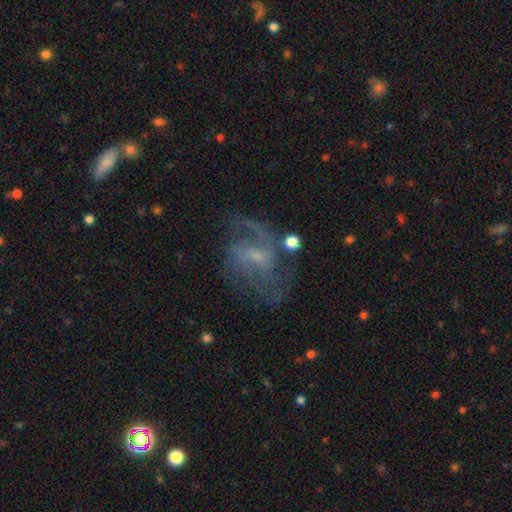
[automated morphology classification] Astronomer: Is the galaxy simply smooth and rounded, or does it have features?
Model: featured or disk — 78%.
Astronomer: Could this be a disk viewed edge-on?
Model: no — 97%.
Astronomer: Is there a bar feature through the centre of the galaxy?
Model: weak — 55%.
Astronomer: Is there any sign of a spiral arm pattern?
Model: yes — 88%.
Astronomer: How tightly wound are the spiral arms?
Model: medium — 47% (runner-up: loose, 36%).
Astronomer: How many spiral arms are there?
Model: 2 — 50%.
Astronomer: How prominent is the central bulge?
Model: small — 59%.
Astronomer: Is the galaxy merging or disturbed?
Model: none — 55%.